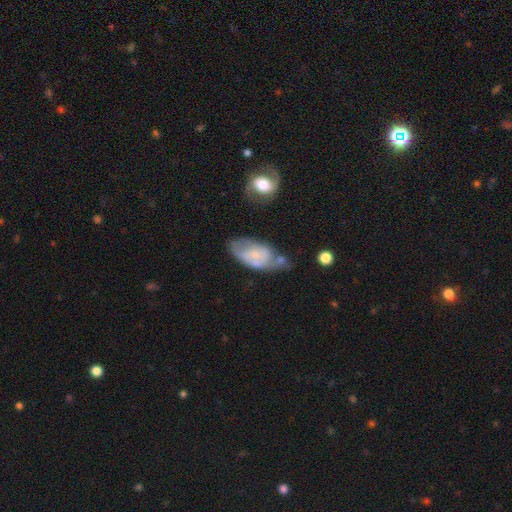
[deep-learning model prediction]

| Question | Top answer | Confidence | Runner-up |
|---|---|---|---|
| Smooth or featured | featured or disk | 52% | smooth (41%) |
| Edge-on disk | no | 92% | yes (8%) |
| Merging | none | 35% | minor disturbance (33%) |